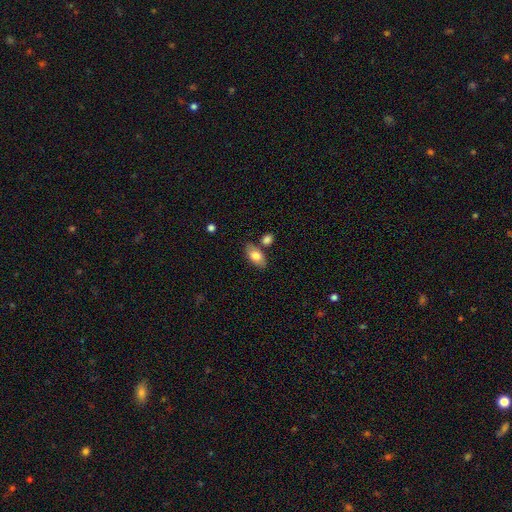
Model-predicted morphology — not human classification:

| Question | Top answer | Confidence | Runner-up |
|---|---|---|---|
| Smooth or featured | smooth | 79% | featured or disk (14%) |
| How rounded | in between | 91% | round (6%) |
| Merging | none | 75% | minor disturbance (13%) |